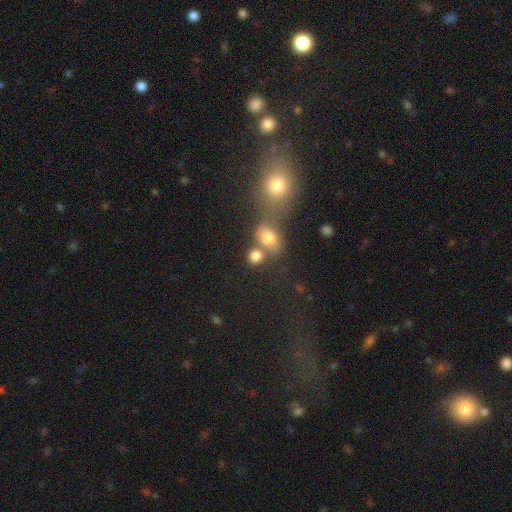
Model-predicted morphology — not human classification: type=smooth (78%); roundness=round (70%); merging=none (48%).